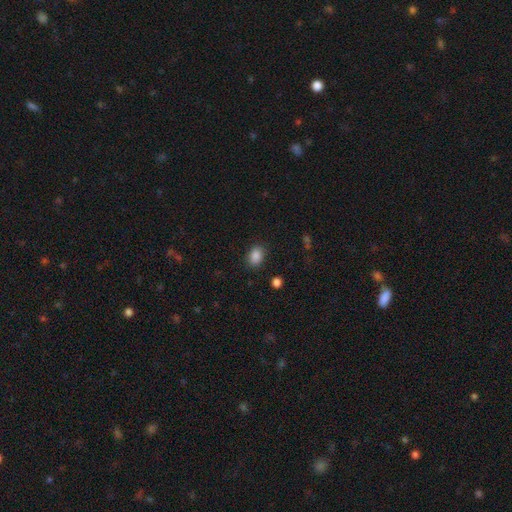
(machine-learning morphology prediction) Smooth or featured?
  - smooth: 87% *
  - star or artifact: 10%
  - featured or disk: 4%
How rounded?
  - in between: 70% *
  - round: 29%
  - cigar-shaped: 1%
Merging?
  - none: 85% *
  - minor disturbance: 10%
  - major disturbance: 3%
  - merger: 2%